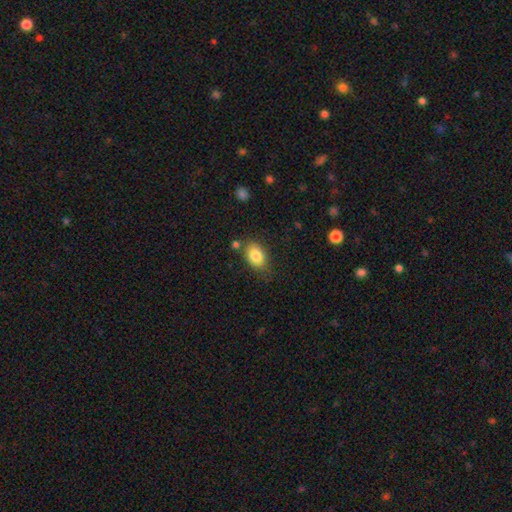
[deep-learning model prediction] smooth_or_featured: smooth (p=0.84) [alt: featured or disk p=0.08]
how_rounded: in between (p=0.83) [alt: round p=0.15]
merging: none (p=0.73) [alt: minor disturbance p=0.17]